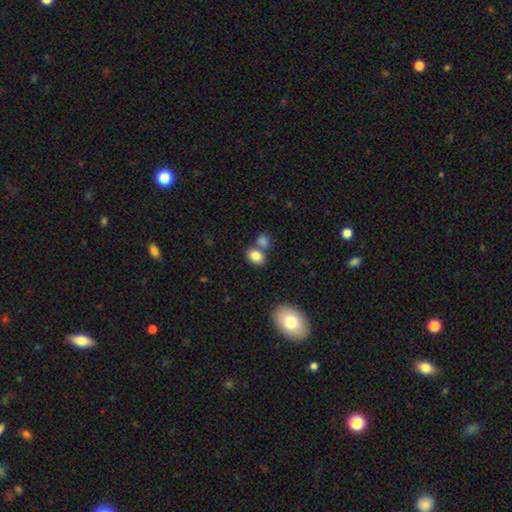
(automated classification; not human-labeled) This appears to be a smooth galaxy with no disk features (83%) that is in between round and cigar-shaped (69%). Merging: none (56%).